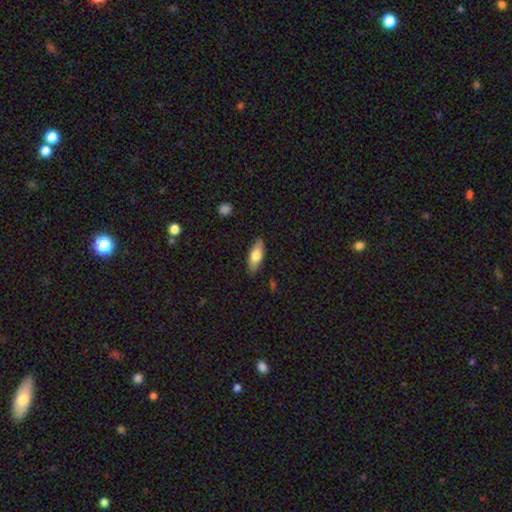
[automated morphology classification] smooth 71%, featured or disk 23%, star or artifact 6%. Down the decision tree: how rounded — in between (73%); merging — none (87%).